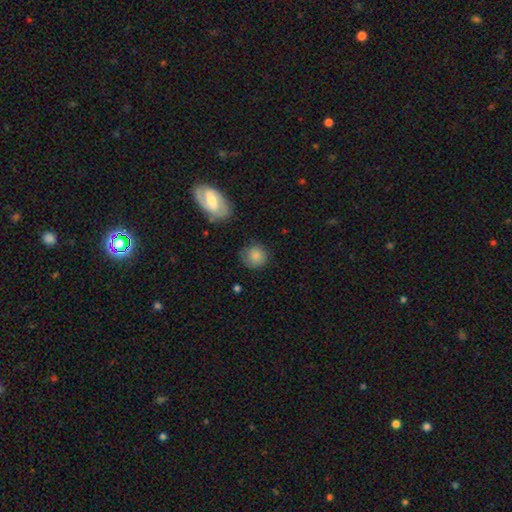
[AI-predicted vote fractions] This appears to be a smooth galaxy with no disk features (82%) that is round (85%). Merging: none (72%).